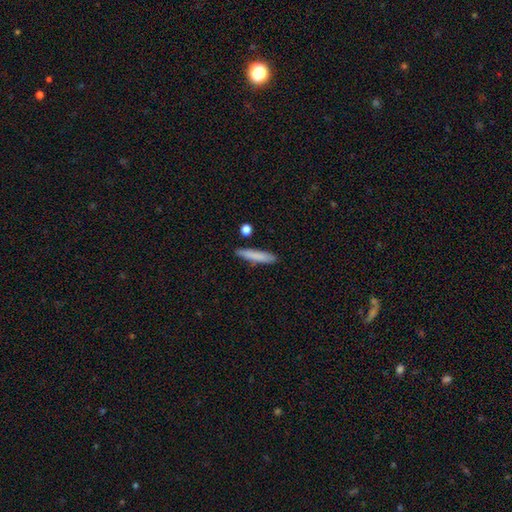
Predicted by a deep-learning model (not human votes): Overall: smooth (81%). How rounded: cigar-shaped (88%). Merging: none (84%).